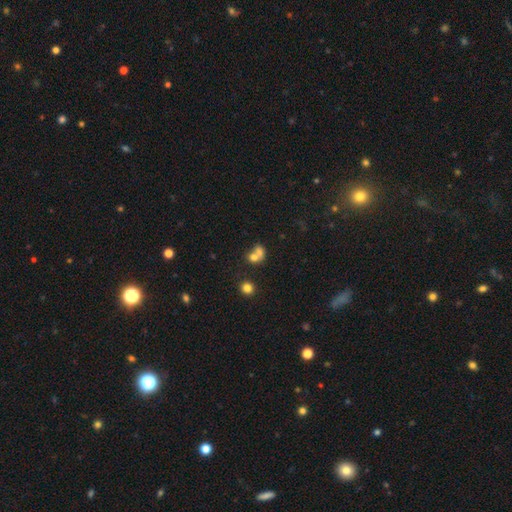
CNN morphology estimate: The model was most divided on "how rounded": round: 62%, in between: 37%, cigar-shaped: 1%. More confident: smooth or featured — smooth (69%); merging — merger (63%).